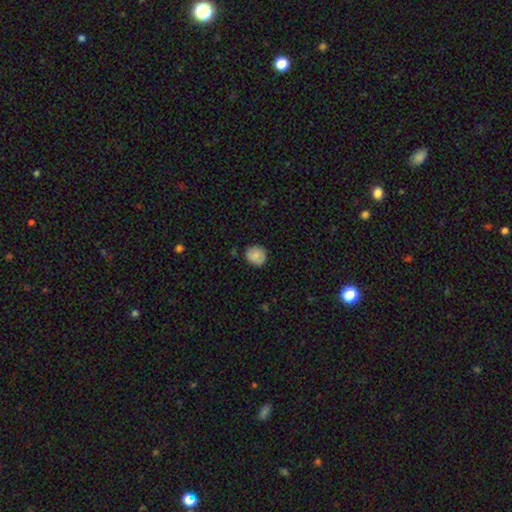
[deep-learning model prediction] A smooth galaxy with no disk features (81%) that is round (83%).

Vote fractions:
- Smooth or featured? smooth: 81% / featured or disk: 12% / star or artifact: 8%
- How rounded? round: 83% / in between: 16% / cigar-shaped: 1%
- Merging? none: 78% / minor disturbance: 18% / major disturbance: 3% / merger: 1%